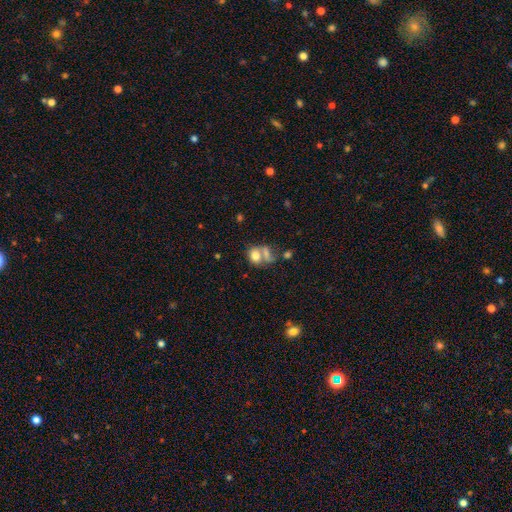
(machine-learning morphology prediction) Q: Smooth or featured?
A: smooth (74%); runner-up: featured or disk (16%)
Q: How rounded?
A: in between (51%); runner-up: round (47%)
Q: Merging?
A: merger (50%); runner-up: none (31%)